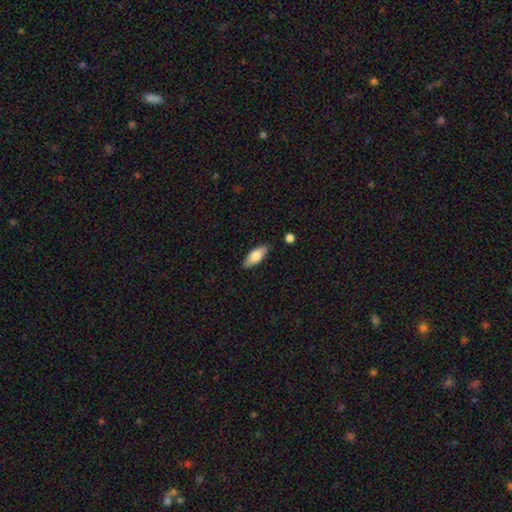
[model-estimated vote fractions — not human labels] Morphology: type=smooth (76%); roundness=in between (80%); merging=none (83%).